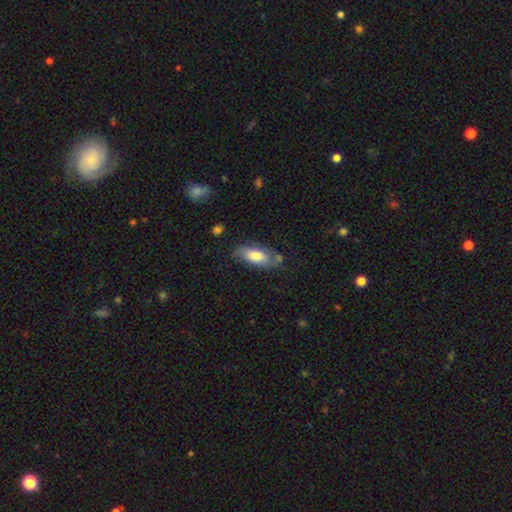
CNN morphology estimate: Smooth or featured: smooth — 61% (featured or disk — 32%)
How rounded: in between — 84% (cigar-shaped — 14%)
Merging: none — 64% (minor disturbance — 24%)